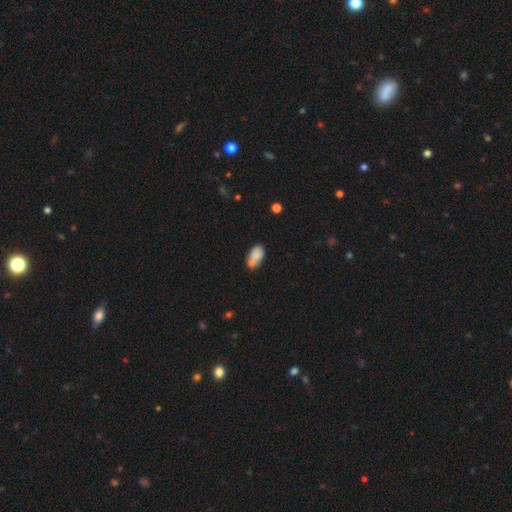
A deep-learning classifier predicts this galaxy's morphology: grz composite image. It shows a smooth galaxy with no disk features (76%) that is in between round and cigar-shaped (90%). Merging: none (44%).